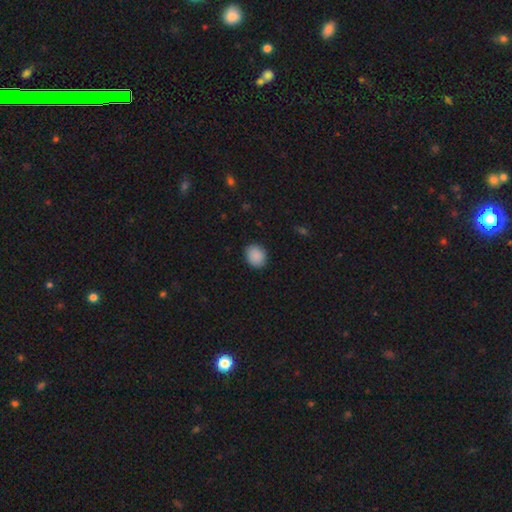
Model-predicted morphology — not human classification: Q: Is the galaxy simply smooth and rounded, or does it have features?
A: smooth — 90%.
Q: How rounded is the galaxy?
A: round — 58%.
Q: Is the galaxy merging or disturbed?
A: none — 89%.